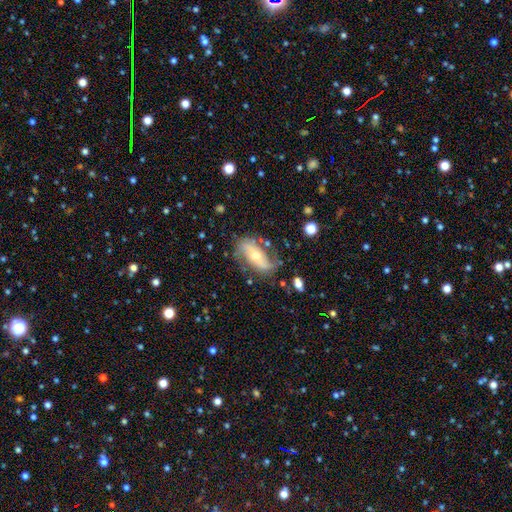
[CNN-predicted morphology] featured or disk 75%, smooth 19%, star or artifact 7%. Down the decision tree: edge-on disk — no (90%); bar — no (40%); spiral arms — yes (87%); spiral arm count — 2 (85%); spiral winding — loose (57%); bulge size — moderate (63%); merging — none (68%).